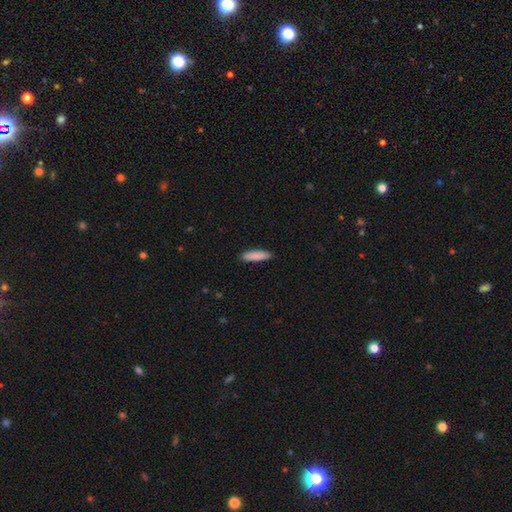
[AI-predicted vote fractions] smooth-or-featured: smooth: 88% | featured or disk: 6% | star or artifact: 6%
  how-rounded: cigar-shaped: 70% | in between: 28% | round: 1%
  merging: none: 88% | minor disturbance: 10% | major disturbance: 2% | merger: 1%